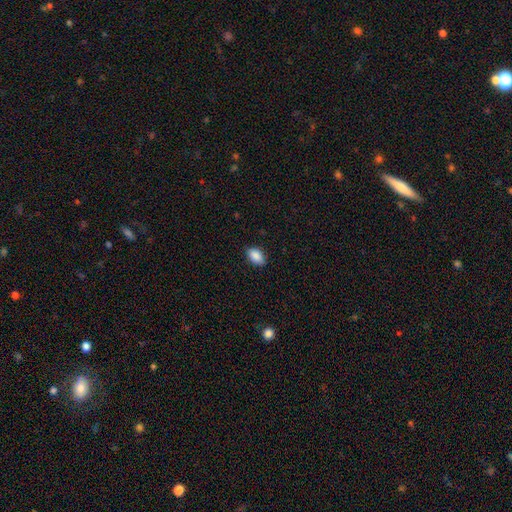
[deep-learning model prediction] A smooth galaxy with no disk features (90%) that is in between round and cigar-shaped (90%).

Vote fractions:
- Smooth or featured? smooth: 90% / star or artifact: 7% / featured or disk: 3%
- How rounded? in between: 90% / round: 8% / cigar-shaped: 2%
- Merging? none: 86% / minor disturbance: 10% / major disturbance: 2% / merger: 1%